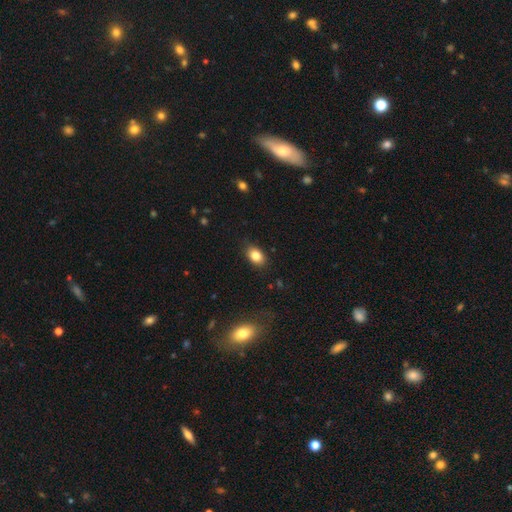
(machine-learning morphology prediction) This appears to be a smooth galaxy with no disk features (83%) that is in between round and cigar-shaped (81%). Merging: none (85%).